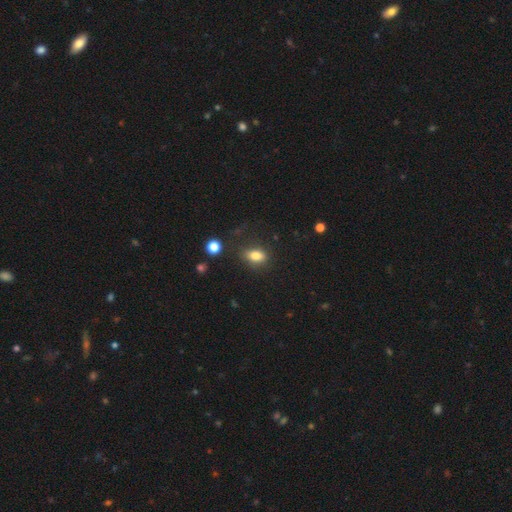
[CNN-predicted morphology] Smooth or featured: smooth — 81% (star or artifact — 10%)
How rounded: in between — 80% (round — 15%)
Merging: none — 73% (minor disturbance — 18%)